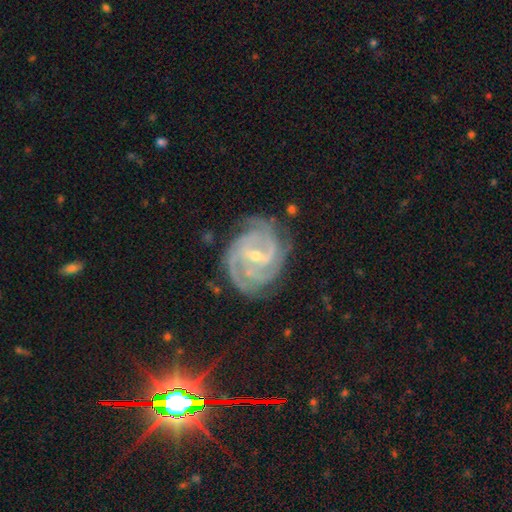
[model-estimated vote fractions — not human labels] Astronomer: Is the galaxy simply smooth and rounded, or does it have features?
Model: featured or disk — 91%.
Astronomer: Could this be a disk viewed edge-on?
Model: no — 98%.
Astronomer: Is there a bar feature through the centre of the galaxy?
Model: weak — 51% (runner-up: strong, 31%).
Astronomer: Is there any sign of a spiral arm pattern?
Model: yes — 98%.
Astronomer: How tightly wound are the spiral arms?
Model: tight — 60%.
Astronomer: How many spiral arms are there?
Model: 3 — 37% (runner-up: 4, 20%).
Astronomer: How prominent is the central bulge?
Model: small — 60% (runner-up: moderate, 37%).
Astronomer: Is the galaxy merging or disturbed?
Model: none — 73%.